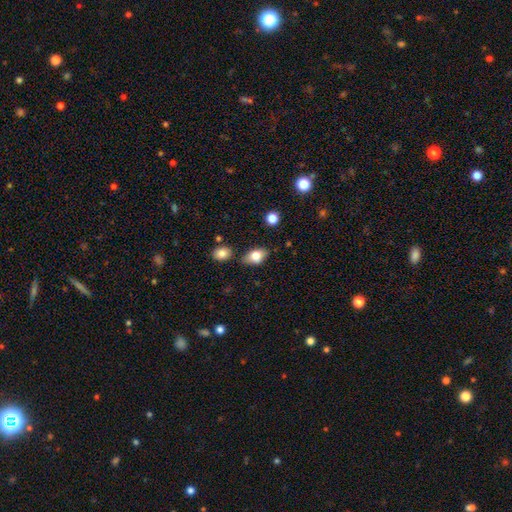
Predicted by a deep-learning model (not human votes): This appears to be a smooth galaxy with no disk features (77%) that is in between round and cigar-shaped (85%). Merging: none (76%).